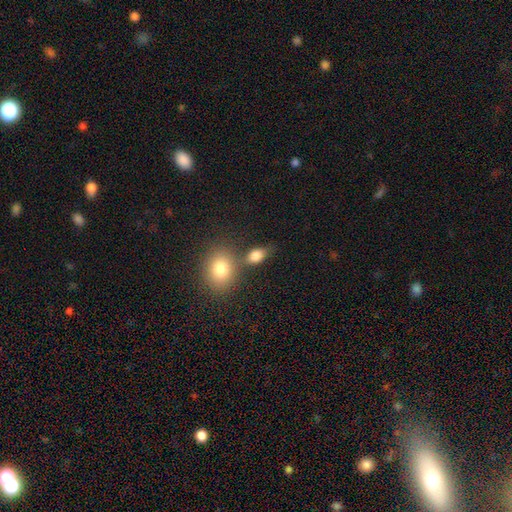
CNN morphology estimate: smooth_or_featured: smooth (p=0.83) [alt: star or artifact p=0.10]
how_rounded: in between (p=0.78) [alt: round p=0.19]
merging: none (p=0.59) [alt: merger p=0.20]